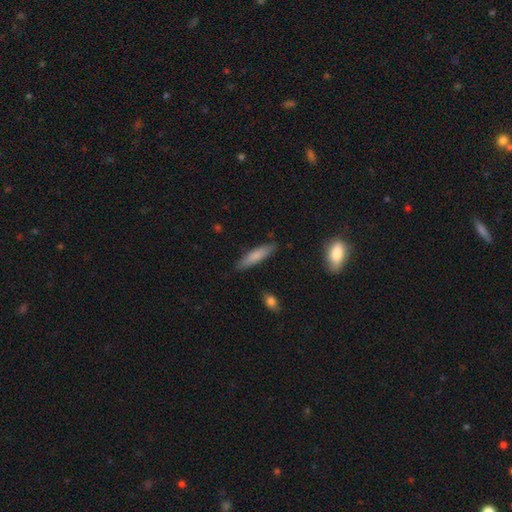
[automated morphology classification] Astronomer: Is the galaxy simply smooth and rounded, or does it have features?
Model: smooth — 78%.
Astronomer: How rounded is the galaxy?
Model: cigar-shaped — 78%.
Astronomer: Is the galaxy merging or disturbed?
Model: none — 86%.